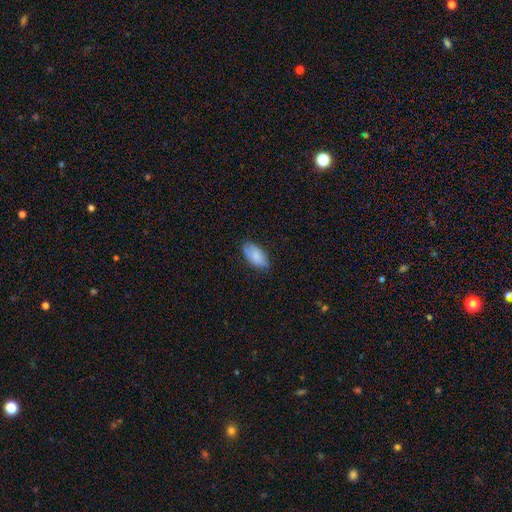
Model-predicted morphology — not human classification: This appears to be a smooth galaxy with no disk features (80%) that is in between round and cigar-shaped (93%). Merging: none (72%).